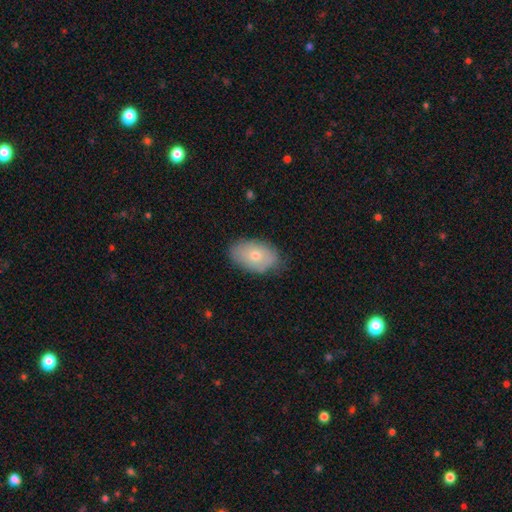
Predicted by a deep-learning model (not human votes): Smooth or featured? smooth (69%)
How rounded? in between (89%)
Merging? none (76%)